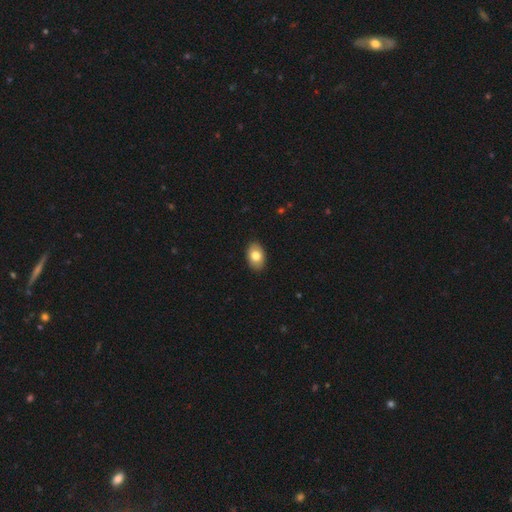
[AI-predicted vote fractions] Overall: smooth (79%). How rounded: in between (88%). Merging: none (90%).